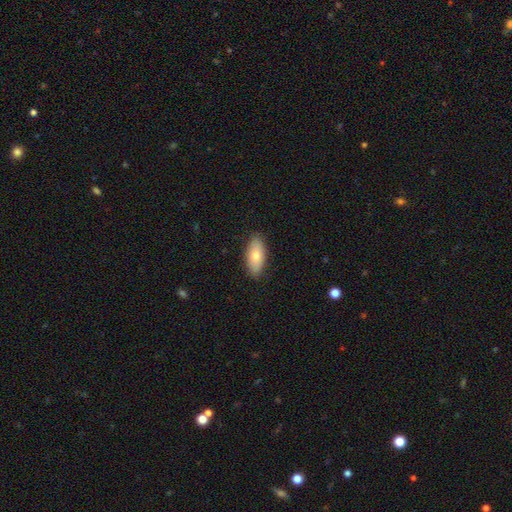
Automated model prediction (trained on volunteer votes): Smooth or featured? smooth (76%)
How rounded? in between (88%)
Merging? none (87%)